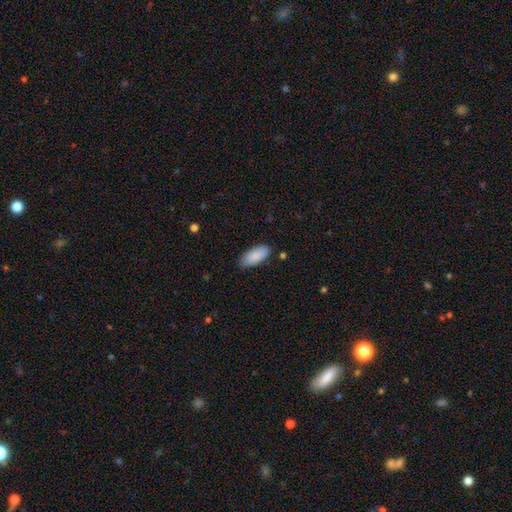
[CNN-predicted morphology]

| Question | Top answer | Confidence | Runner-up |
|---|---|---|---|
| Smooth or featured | smooth | 88% | star or artifact (6%) |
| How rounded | in between | 90% | cigar-shaped (9%) |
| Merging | none | 80% | minor disturbance (16%) |